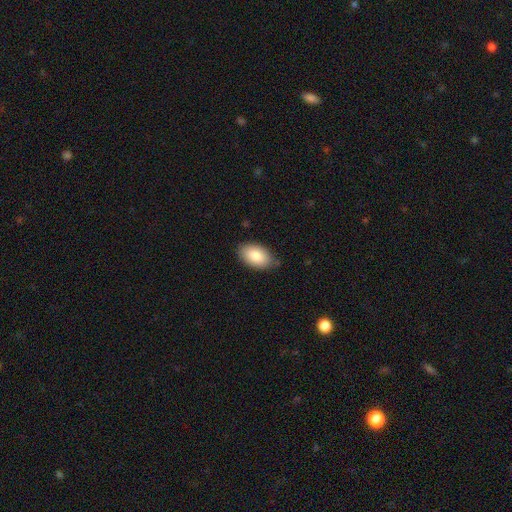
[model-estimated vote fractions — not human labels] Morphology: type=smooth (83%); roundness=in between (93%); merging=none (79%).